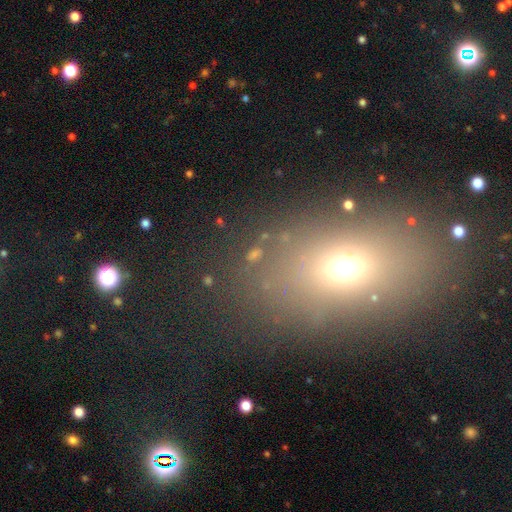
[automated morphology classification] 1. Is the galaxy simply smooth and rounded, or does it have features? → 43% smooth, 41% star or artifact, 16% featured or disk.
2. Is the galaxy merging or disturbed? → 69% none, 12% minor disturbance, 9% merger, 9% major disturbance.